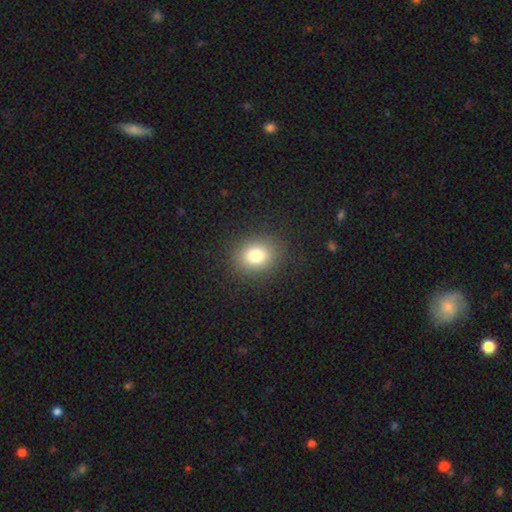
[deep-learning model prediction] Overall: smooth (79%). How rounded: round (61%; in between 38%). Merging: none (88%).